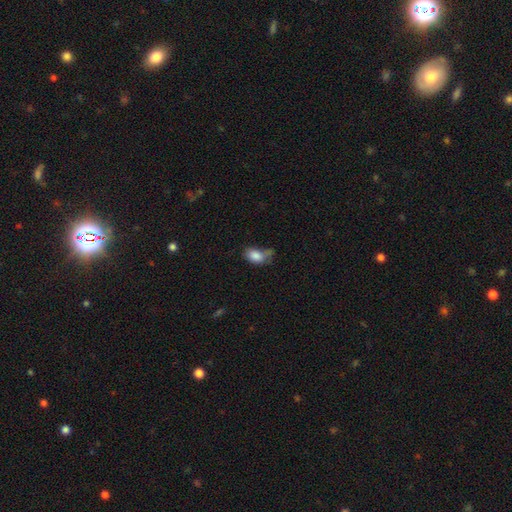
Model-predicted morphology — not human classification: Q: Smooth or featured?
A: smooth (83%); runner-up: star or artifact (8%)
Q: How rounded?
A: in between (87%); runner-up: round (11%)
Q: Merging?
A: none (39%); runner-up: minor disturbance (32%)